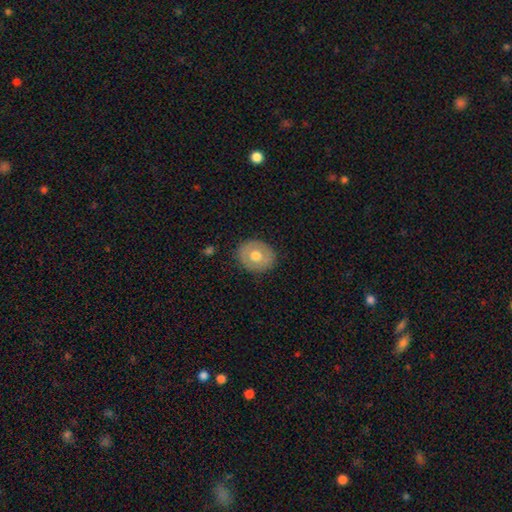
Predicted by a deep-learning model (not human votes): smooth-or-featured: smooth: 60% | featured or disk: 33% | star or artifact: 7%
  how-rounded: round: 66% | in between: 33% | cigar-shaped: 1%
  merging: none: 87% | minor disturbance: 10% | major disturbance: 2% | merger: 1%